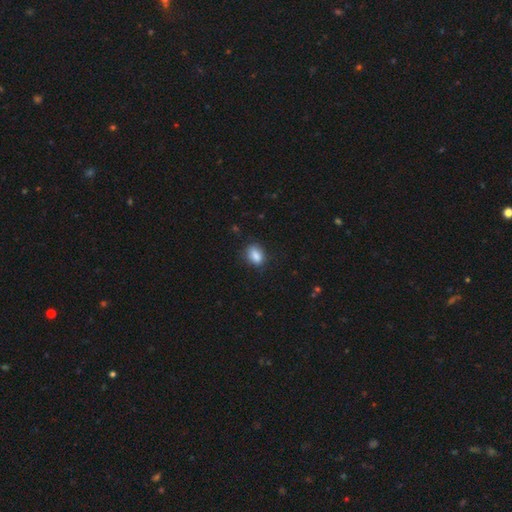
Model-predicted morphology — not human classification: This appears to be a smooth galaxy with no disk features (87%) that is in between round and cigar-shaped (78%). Merging: none (78%).